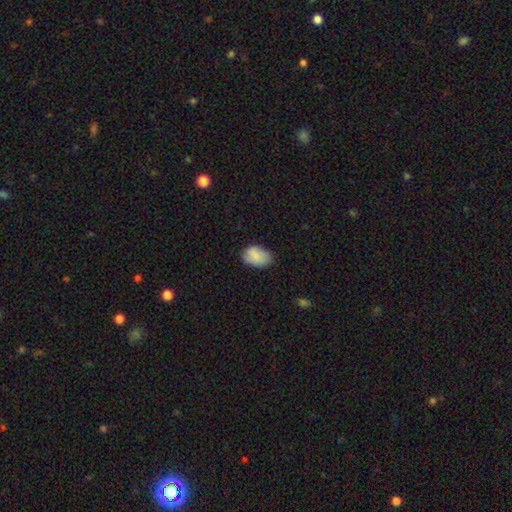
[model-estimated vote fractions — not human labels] A smooth galaxy with no disk features (87%) that is in between round and cigar-shaped (87%). Merging: none (72%).